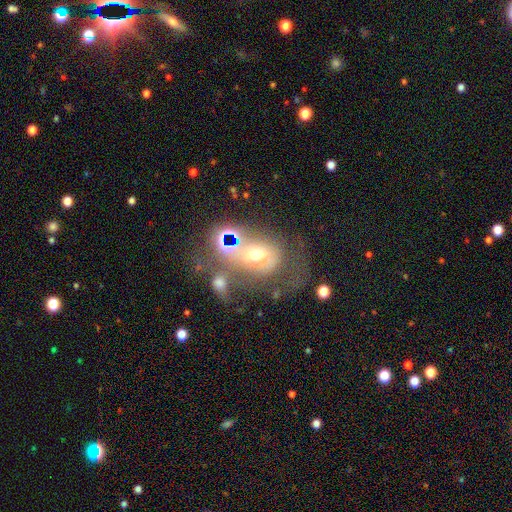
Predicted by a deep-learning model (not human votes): Q: Smooth or featured?
A: featured or disk (46%); runner-up: smooth (35%)
Q: Merging?
A: major disturbance (32%); runner-up: merger (28%)